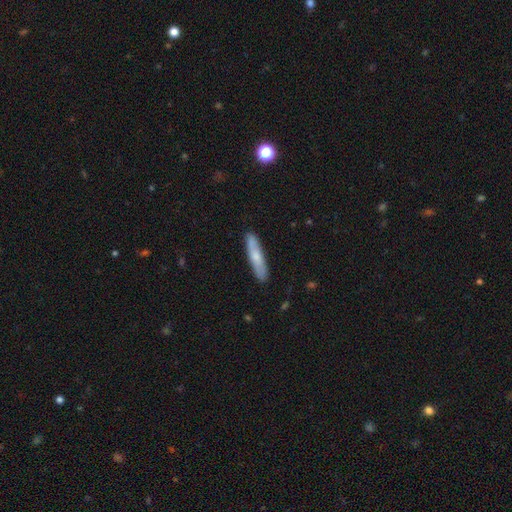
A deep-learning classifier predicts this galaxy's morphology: smooth-or-featured: smooth: 65% | featured or disk: 30% | star or artifact: 5%
  how-rounded: cigar-shaped: 87% | in between: 11% | round: 1%
  merging: none: 87% | minor disturbance: 10% | major disturbance: 2% | merger: 1%